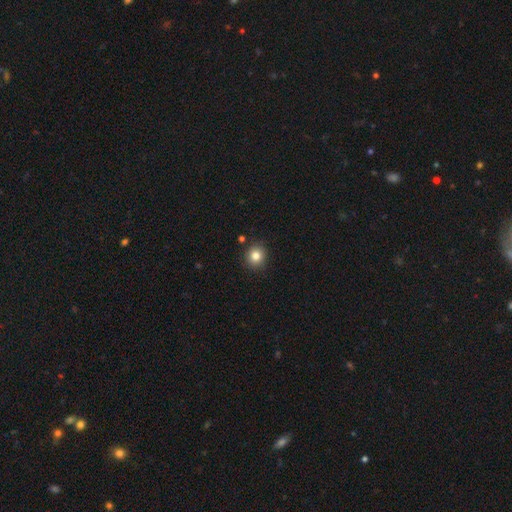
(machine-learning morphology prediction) This is clearly a smooth galaxy (82%). How rounded: clearly round (87%). Merging: clearly none (89%).